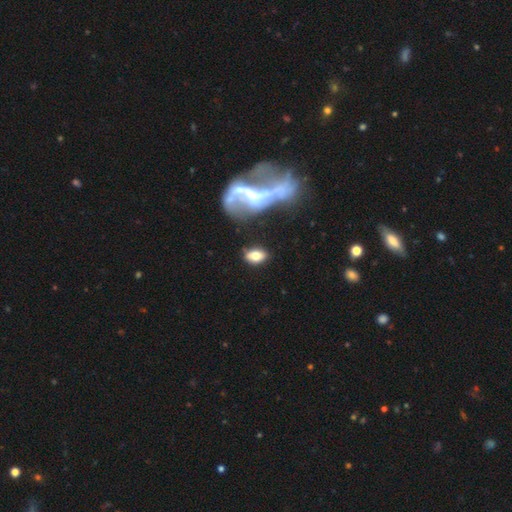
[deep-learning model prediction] A smooth galaxy with no disk features (69%) that is in between round and cigar-shaped (85%). Merging: none (73%).